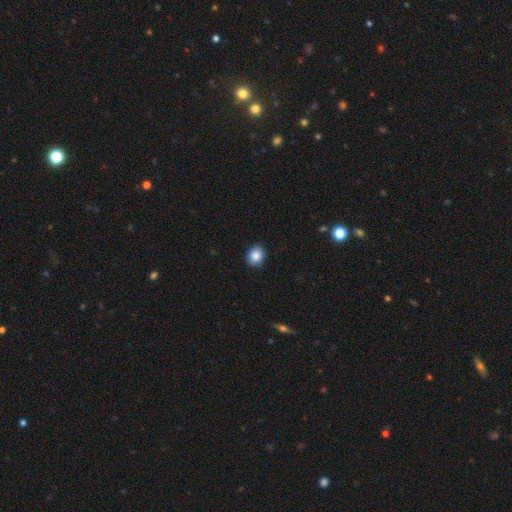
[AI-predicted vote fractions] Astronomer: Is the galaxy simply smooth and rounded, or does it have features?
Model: smooth — 87%.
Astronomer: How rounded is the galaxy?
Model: round — 68%.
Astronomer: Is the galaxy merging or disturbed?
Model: none — 90%.